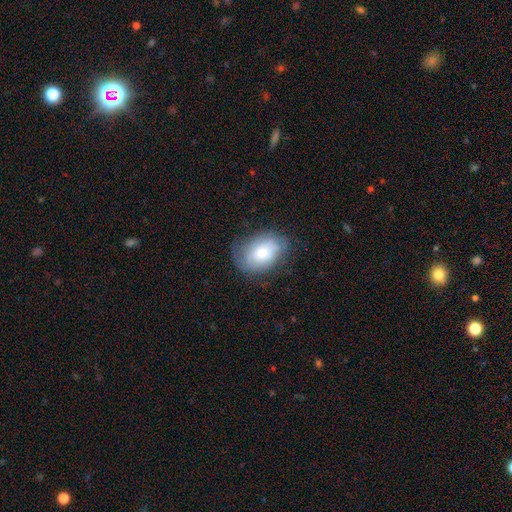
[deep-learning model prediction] smooth 60%, featured or disk 32%, star or artifact 8%. Down the decision tree: how rounded — in between (79%); merging — none (69%).